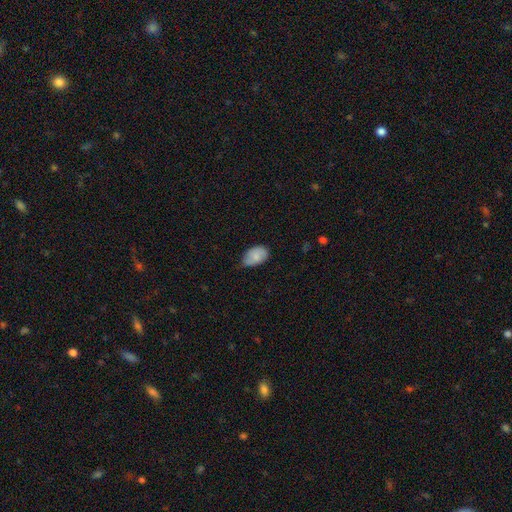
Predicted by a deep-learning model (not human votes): smooth-or-featured: smooth: 82% | featured or disk: 12% | star or artifact: 7%
  how-rounded: in between: 91% | round: 8% | cigar-shaped: 1%
  merging: none: 50% | minor disturbance: 42% | major disturbance: 6% | merger: 2%